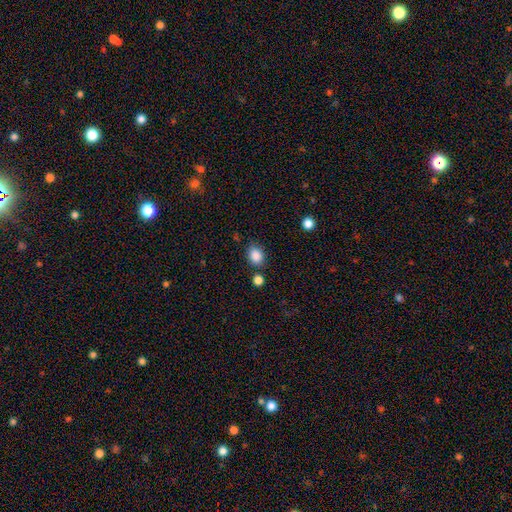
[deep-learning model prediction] This appears to be a smooth galaxy with no disk features (87%) that is in between round and cigar-shaped (55%). Merging: none (76%).